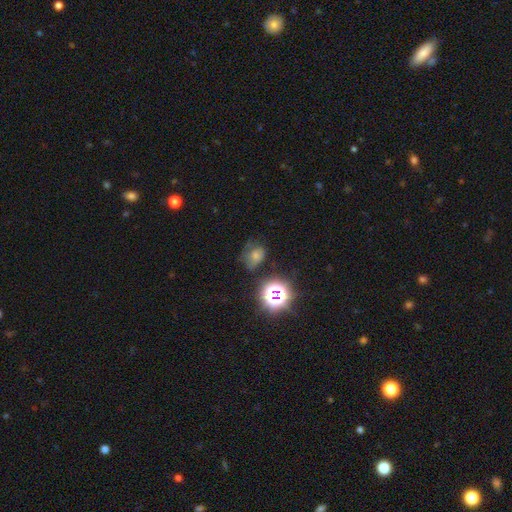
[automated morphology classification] A star or artifact, not a galaxy (47%).

Vote fractions:
- Smooth or featured? star or artifact: 47% / smooth: 36% / featured or disk: 17%